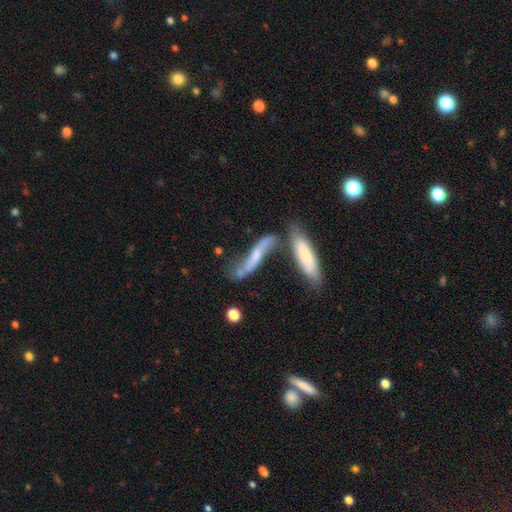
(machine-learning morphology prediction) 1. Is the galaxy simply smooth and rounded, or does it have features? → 55% featured or disk, 36% smooth, 9% star or artifact.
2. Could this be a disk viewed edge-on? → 54% yes, 46% no.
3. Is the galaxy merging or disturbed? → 42% none, 31% merger, 17% minor disturbance, 9% major disturbance.